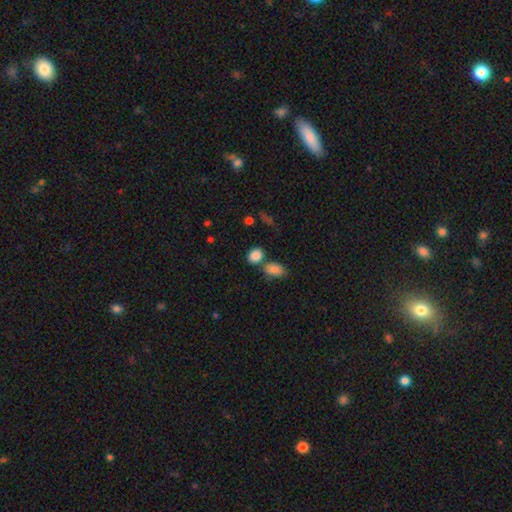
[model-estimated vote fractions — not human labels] Q: Smooth or featured?
A: smooth (86%); runner-up: star or artifact (9%)
Q: How rounded?
A: in between (60%); runner-up: round (38%)
Q: Merging?
A: none (59%); runner-up: merger (27%)